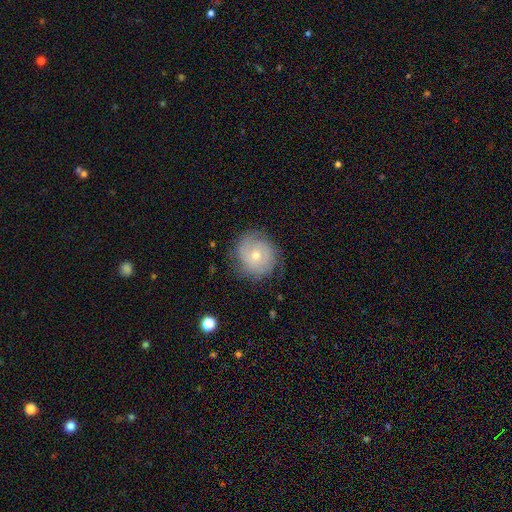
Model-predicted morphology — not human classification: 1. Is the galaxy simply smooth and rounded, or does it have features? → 58% featured or disk, 32% smooth, 10% star or artifact.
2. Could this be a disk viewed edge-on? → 97% no, 3% yes.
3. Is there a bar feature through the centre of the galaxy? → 81% no, 16% weak, 3% strong.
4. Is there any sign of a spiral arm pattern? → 80% yes, 20% no.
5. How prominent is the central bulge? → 55% small, 42% moderate, 1% large, 1% none, 1% dominant.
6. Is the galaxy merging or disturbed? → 77% none, 16% minor disturbance, 6% major disturbance, 1% merger.